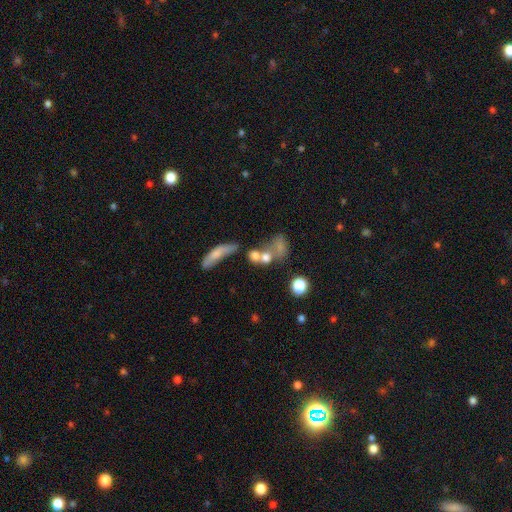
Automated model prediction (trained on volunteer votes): Overall: smooth (62%; featured or disk 23%). How rounded: round (49%; in between 42%). Merging: merger (57%; none 23%).